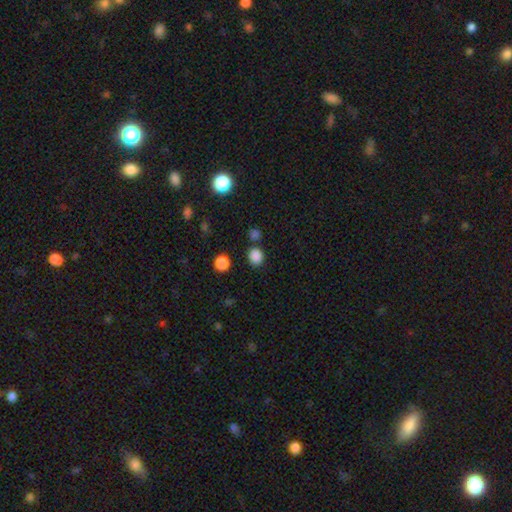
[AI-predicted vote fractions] This is clearly a smooth galaxy (83%). How rounded: likely round (72%). Merging: clearly none (81%).